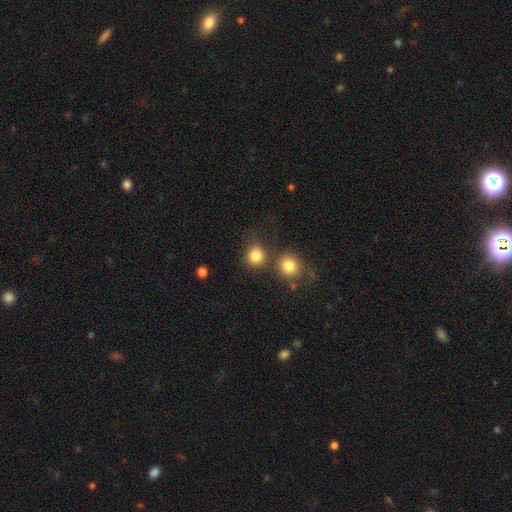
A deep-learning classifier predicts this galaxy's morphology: This appears to be a smooth galaxy with no disk features (83%) that is round (86%). Merging: none (65%).